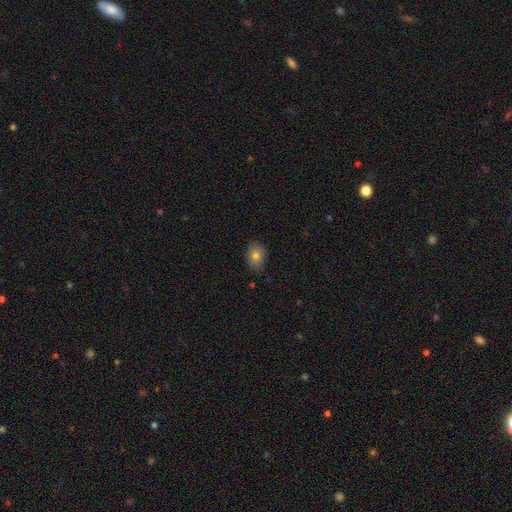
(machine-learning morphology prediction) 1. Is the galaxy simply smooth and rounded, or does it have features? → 79% smooth, 11% featured or disk, 9% star or artifact.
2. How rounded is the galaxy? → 74% in between, 25% round, 1% cigar-shaped.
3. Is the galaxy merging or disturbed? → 83% none, 13% minor disturbance, 2% major disturbance, 1% merger.